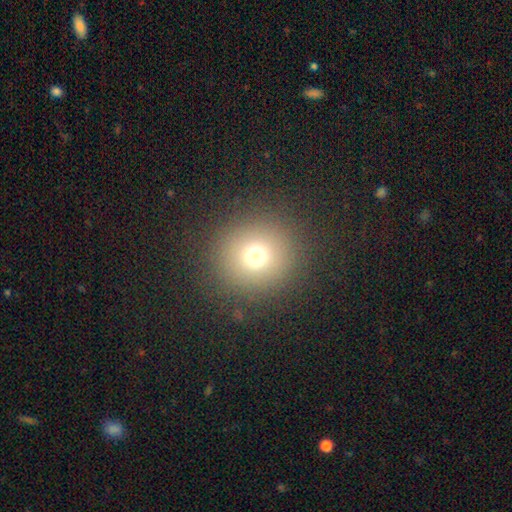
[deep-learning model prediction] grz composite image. It shows a smooth galaxy with no disk features (71%) that is round (93%). Merging: none (89%).